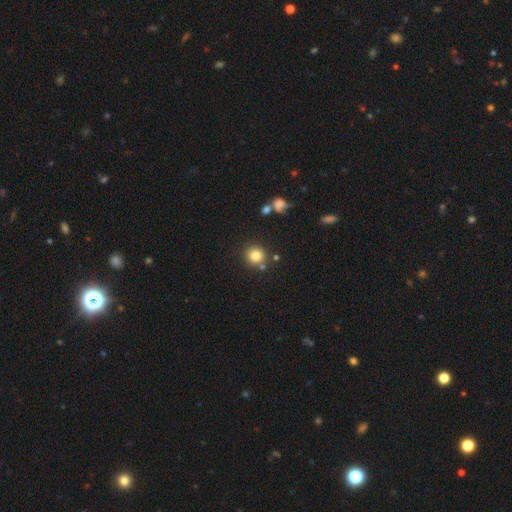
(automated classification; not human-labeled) Smooth or featured? smooth (81%)
How rounded? round (92%)
Merging? none (79%)